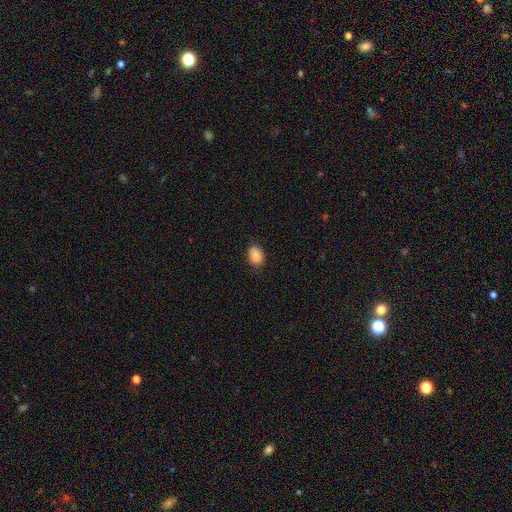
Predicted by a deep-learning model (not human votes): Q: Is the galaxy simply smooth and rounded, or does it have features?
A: smooth — 89%.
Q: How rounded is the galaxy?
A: in between — 82%.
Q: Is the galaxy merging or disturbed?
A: none — 84%.